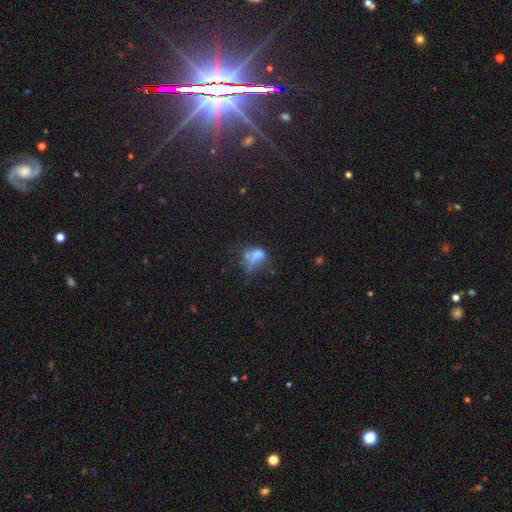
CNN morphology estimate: smooth-or-featured: smooth: 56% | featured or disk: 29% | star or artifact: 15%
  how-rounded: in between: 72% | round: 24% | cigar-shaped: 3%
  merging: merger: 29% | major disturbance: 28% | none: 23% | minor disturbance: 20%